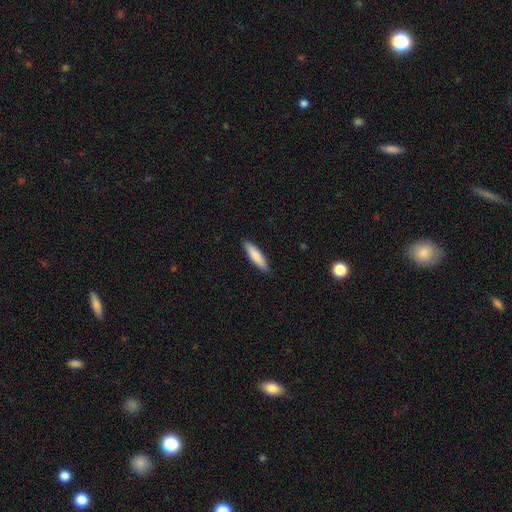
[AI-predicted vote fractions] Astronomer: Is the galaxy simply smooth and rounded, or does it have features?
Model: smooth — 84%.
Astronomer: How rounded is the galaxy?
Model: cigar-shaped — 72%.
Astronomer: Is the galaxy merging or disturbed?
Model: none — 89%.